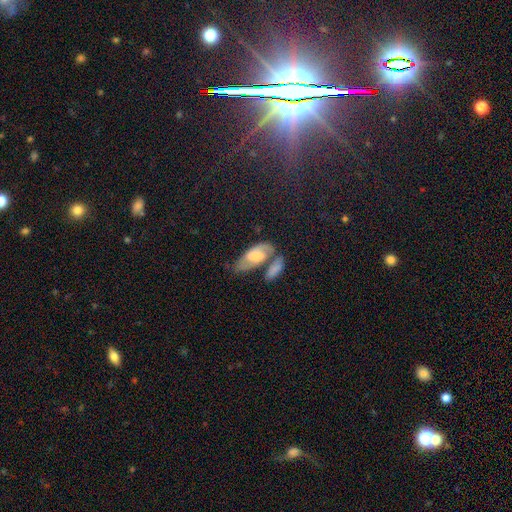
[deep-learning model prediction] A featured or disk galaxy (47%).

Vote fractions:
- Smooth or featured? featured or disk: 47% / smooth: 44% / star or artifact: 9%
- Merging? none: 37% / merger: 33% / minor disturbance: 19% / major disturbance: 11%